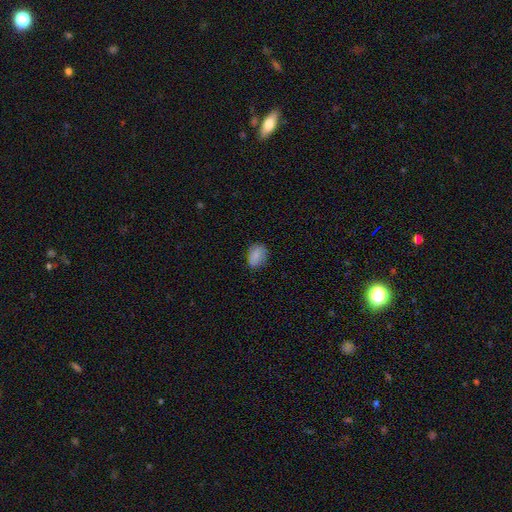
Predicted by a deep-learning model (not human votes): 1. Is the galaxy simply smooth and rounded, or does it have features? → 83% smooth, 9% featured or disk, 8% star or artifact.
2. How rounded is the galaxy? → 75% in between, 24% round, 1% cigar-shaped.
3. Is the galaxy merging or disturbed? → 74% none, 21% minor disturbance, 4% major disturbance, 1% merger.